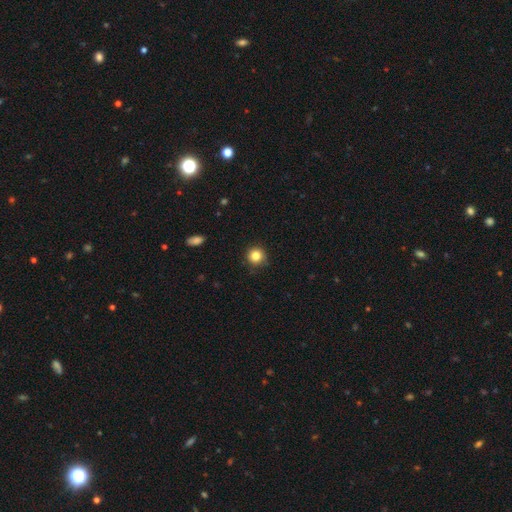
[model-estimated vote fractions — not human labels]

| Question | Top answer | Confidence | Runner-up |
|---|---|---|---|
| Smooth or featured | smooth | 83% | star or artifact (12%) |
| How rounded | round | 94% | in between (5%) |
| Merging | none | 88% | minor disturbance (9%) |